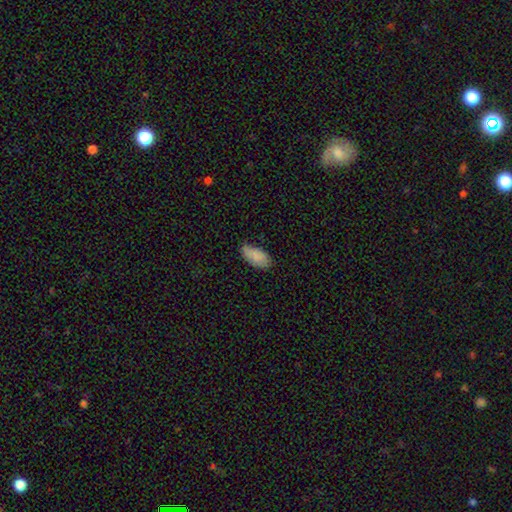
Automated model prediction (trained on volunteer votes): Overall: smooth (86%). How rounded: in between (94%). Merging: none (59%; minor disturbance 34%).